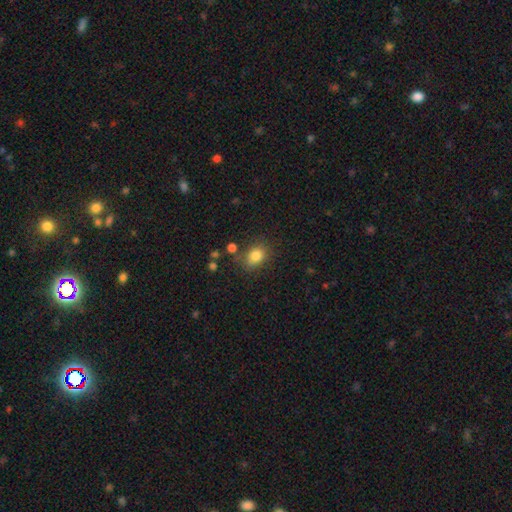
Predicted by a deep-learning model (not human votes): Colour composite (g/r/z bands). It shows a smooth galaxy with no disk features (82%) that is in between round and cigar-shaped (58%). Merging: none (72%).